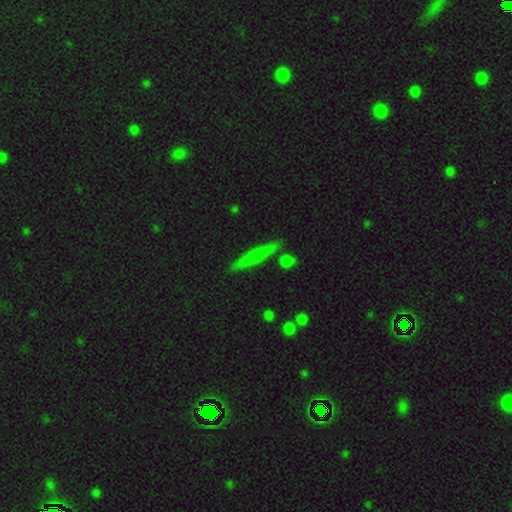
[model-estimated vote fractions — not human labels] This is possibly a smooth galaxy (60%). How rounded: clearly cigar-shaped (93%). Merging: clearly none (86%).